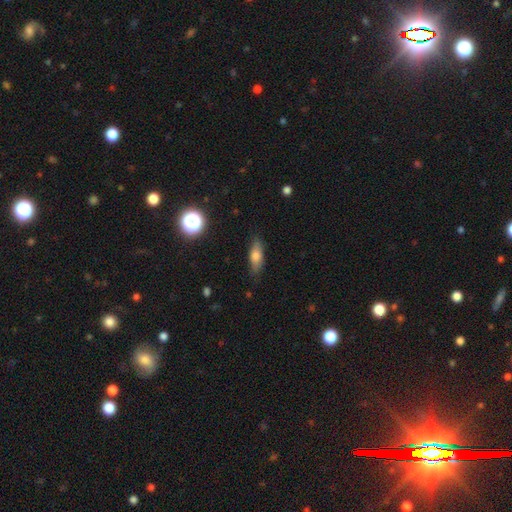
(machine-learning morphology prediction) Smooth or featured? Predicted: smooth (p=0.70). How rounded? Predicted: in between (p=0.64). Merging? Predicted: none (p=0.81).